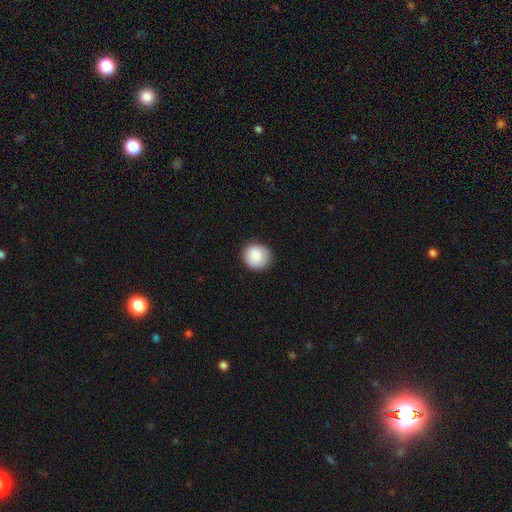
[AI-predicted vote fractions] Q: Smooth or featured?
A: smooth (88%); runner-up: star or artifact (7%)
Q: How rounded?
A: round (92%); runner-up: in between (7%)
Q: Merging?
A: none (89%); runner-up: minor disturbance (9%)